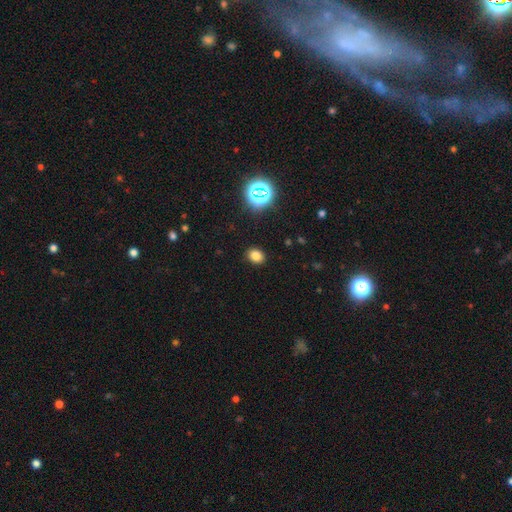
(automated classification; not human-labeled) Q: Smooth or featured?
A: smooth (78%); runner-up: star or artifact (17%)
Q: How rounded?
A: round (56%); runner-up: in between (44%)
Q: Merging?
A: none (90%); runner-up: minor disturbance (7%)